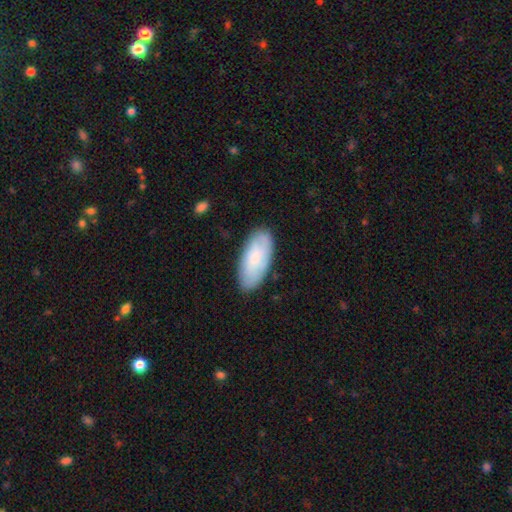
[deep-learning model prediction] A smooth galaxy with no disk features (73%) that is in between round and cigar-shaped (90%).

Vote fractions:
- Smooth or featured? smooth: 73% / featured or disk: 21% / star or artifact: 6%
- How rounded? in between: 90% / cigar-shaped: 8% / round: 2%
- Merging? none: 85% / minor disturbance: 12% / major disturbance: 2% / merger: 1%